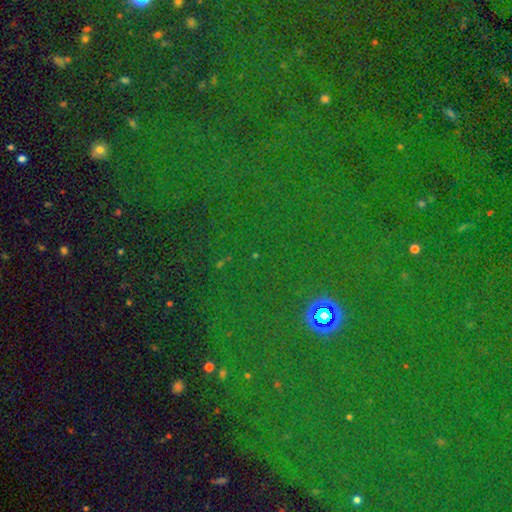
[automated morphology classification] A star or artifact, not a galaxy (79%).

Vote fractions:
- Smooth or featured? star or artifact: 79% / smooth: 13% / featured or disk: 8%